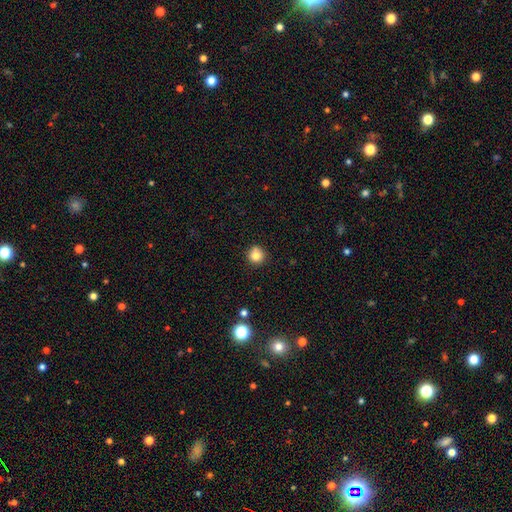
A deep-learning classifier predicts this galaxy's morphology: smooth_or_featured: smooth (p=0.79) [alt: star or artifact p=0.12]
how_rounded: round (p=0.93) [alt: in between p=0.06]
merging: none (p=0.77) [alt: minor disturbance p=0.12]